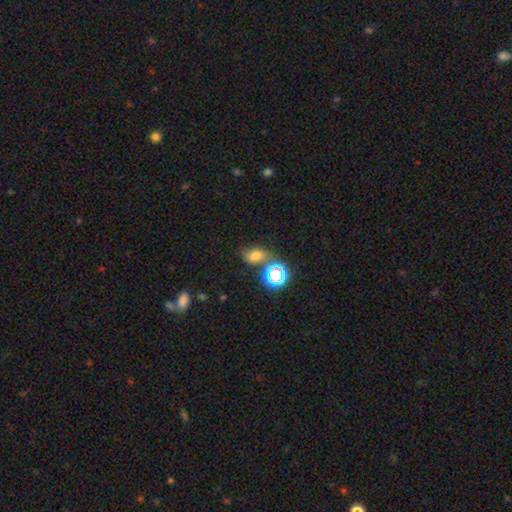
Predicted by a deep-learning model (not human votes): Smooth or featured?
  - smooth: 57% *
  - star or artifact: 27%
  - featured or disk: 16%
How rounded?
  - in between: 71% *
  - round: 27%
  - cigar-shaped: 2%
Merging?
  - none: 52% *
  - minor disturbance: 22%
  - merger: 17%
  - major disturbance: 10%